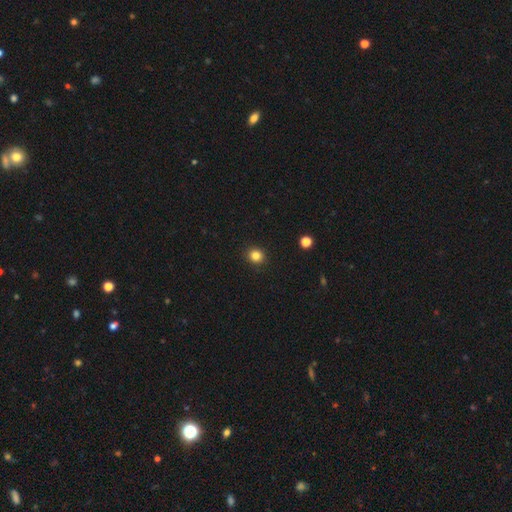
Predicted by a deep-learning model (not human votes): A smooth galaxy with no disk features (83%) that is round (86%).

Vote fractions:
- Smooth or featured? smooth: 83% / star or artifact: 12% / featured or disk: 5%
- How rounded? round: 86% / in between: 13% / cigar-shaped: 1%
- Merging? none: 92% / minor disturbance: 5% / major disturbance: 2% / merger: 1%